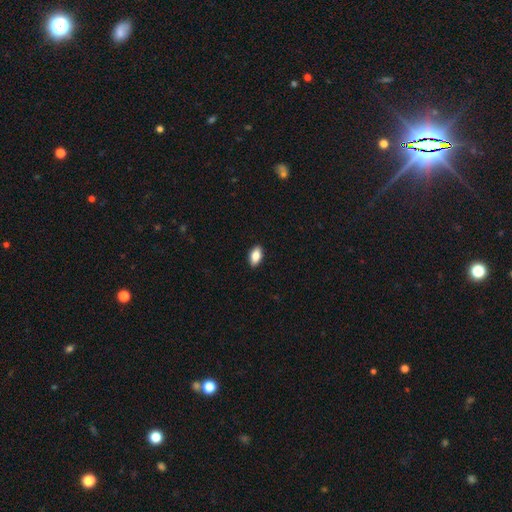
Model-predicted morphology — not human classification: Q: Smooth or featured?
A: smooth (84%); runner-up: featured or disk (9%)
Q: How rounded?
A: in between (91%); runner-up: cigar-shaped (4%)
Q: Merging?
A: none (90%); runner-up: minor disturbance (7%)